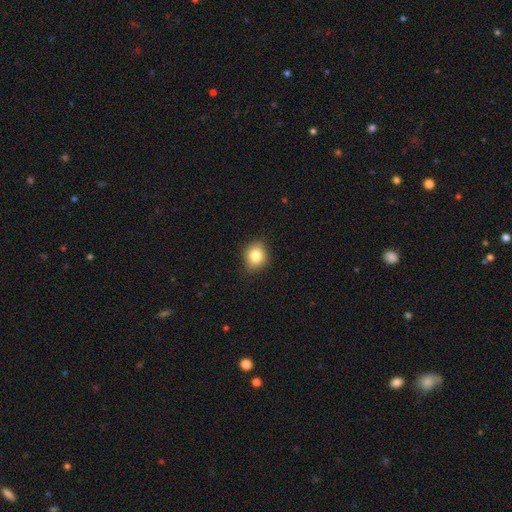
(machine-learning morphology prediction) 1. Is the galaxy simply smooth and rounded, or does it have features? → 83% smooth, 10% star or artifact, 7% featured or disk.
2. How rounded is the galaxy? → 64% round, 35% in between, 1% cigar-shaped.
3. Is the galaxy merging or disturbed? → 85% none, 12% minor disturbance, 2% major disturbance, 1% merger.